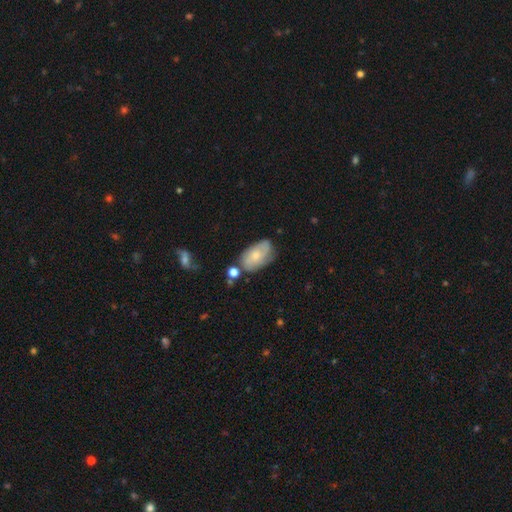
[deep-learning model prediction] smooth-or-featured: smooth: 57% | featured or disk: 36% | star or artifact: 7%
  how-rounded: in between: 91% | round: 7% | cigar-shaped: 2%
  merging: none: 59% | minor disturbance: 26% | merger: 8% | major disturbance: 7%